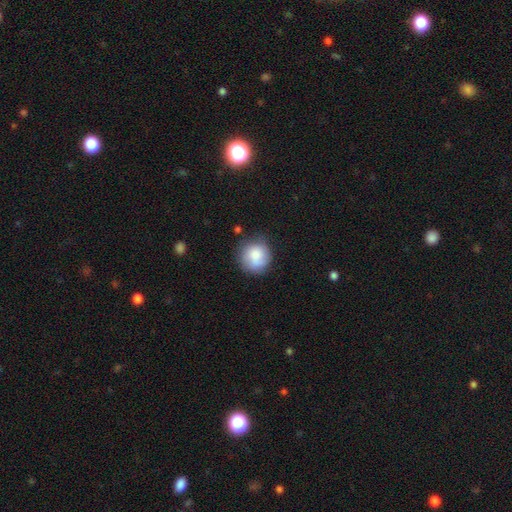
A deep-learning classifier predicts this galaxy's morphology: Q: Smooth or featured?
A: smooth (81%); runner-up: featured or disk (12%)
Q: How rounded?
A: round (88%); runner-up: in between (11%)
Q: Merging?
A: none (71%); runner-up: minor disturbance (20%)